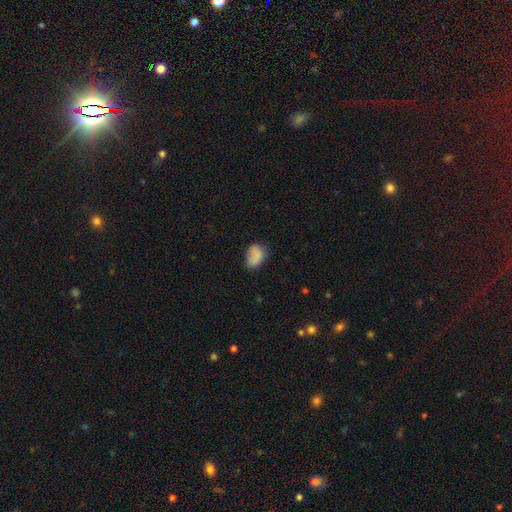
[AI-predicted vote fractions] The model was most divided on "merging": none: 60%, minor disturbance: 29%, major disturbance: 9%, merger: 2%. More confident: smooth or featured — smooth (83%); how rounded — in between (81%).